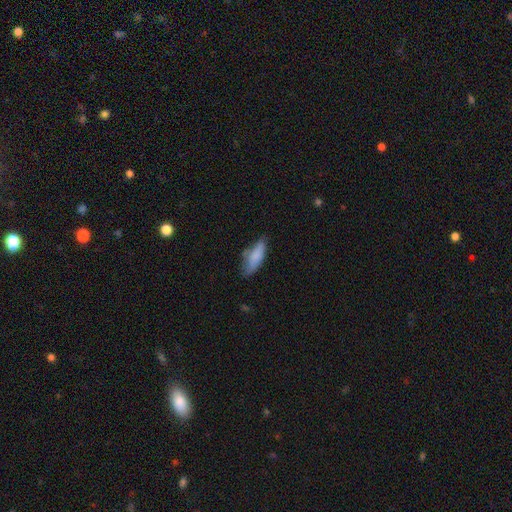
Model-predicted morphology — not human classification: This is likely a smooth galaxy (79%). How rounded: possibly in between (57%). Merging: possibly none (57%).